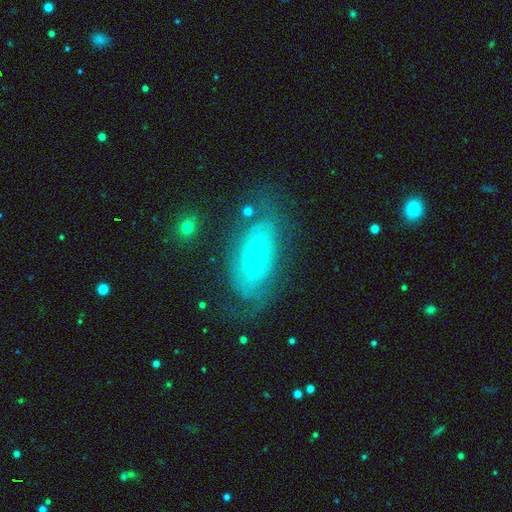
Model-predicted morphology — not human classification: smooth-or-featured: featured or disk: 72% | smooth: 19% | star or artifact: 8%
  disk-edge-on: no: 93% | yes: 7%
    bar: no: 72% | weak: 23% | strong: 5%
    has-spiral-arms: yes: 85% | no: 15%
      spiral-winding: tight: 61% | medium: 29% | loose: 10%
      spiral-arm-count: can't tell: 46% | 2: 36% | 3: 7% | 1: 4% | 4: 4% | more than 4: 3%
    bulge-size: small: 77% | moderate: 19% | none: 2% | large: 1% | dominant: 1%
  merging: none: 65% | minor disturbance: 21% | major disturbance: 11% | merger: 3%